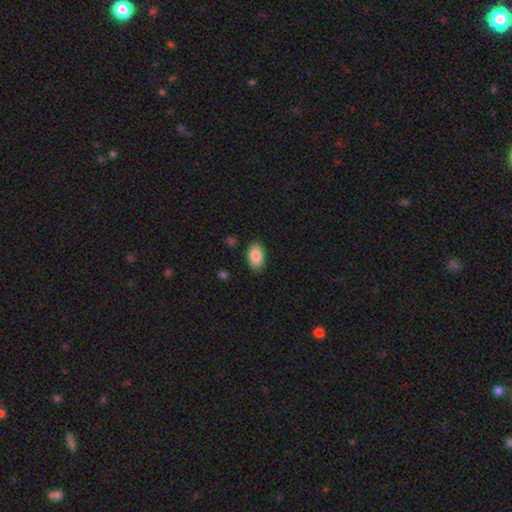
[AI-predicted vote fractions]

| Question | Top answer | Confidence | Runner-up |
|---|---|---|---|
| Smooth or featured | smooth | 87% | star or artifact (6%) |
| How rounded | in between | 93% | round (5%) |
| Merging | none | 85% | minor disturbance (11%) |